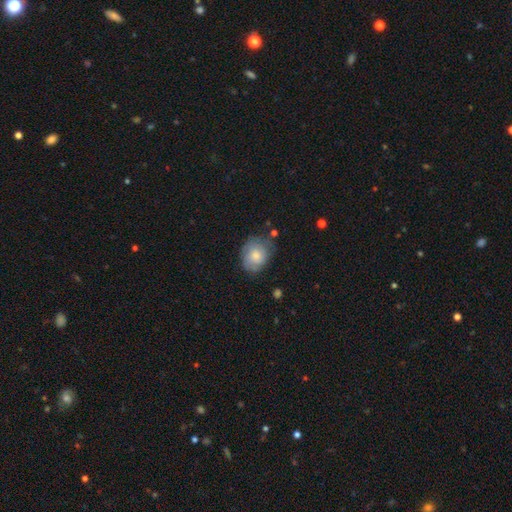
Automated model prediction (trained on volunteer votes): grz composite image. It shows a smooth galaxy with no disk features (59%) that is round (55%). Merging: none (62%).